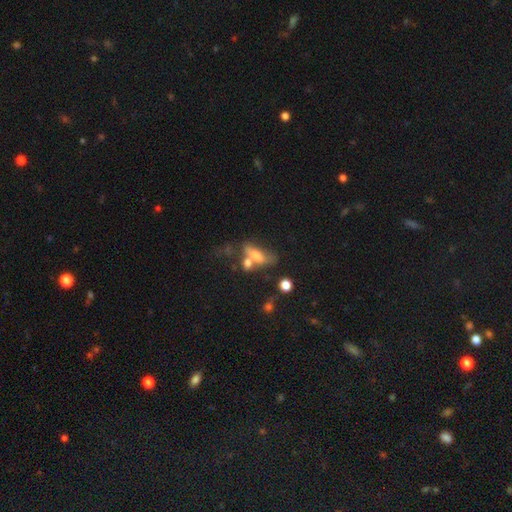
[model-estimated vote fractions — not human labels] Smooth or featured?
  - smooth: 58% *
  - featured or disk: 30%
  - star or artifact: 12%
How rounded?
  - in between: 67% *
  - cigar-shaped: 26%
  - round: 7%
Merging?
  - merger: 41% *
  - none: 27%
  - major disturbance: 17%
  - minor disturbance: 15%